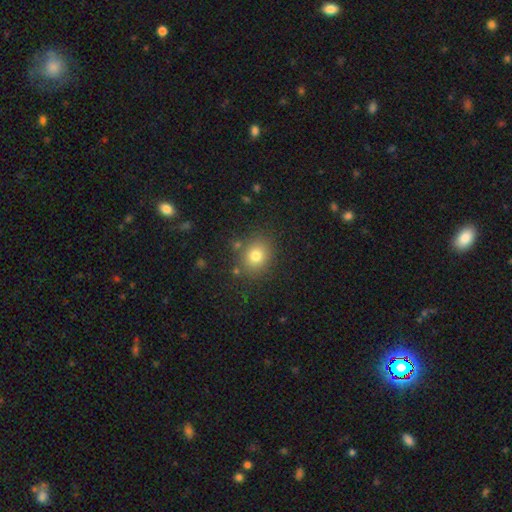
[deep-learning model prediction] This appears to be a smooth galaxy with no disk features (77%) that is round (71%). Merging: none (83%).